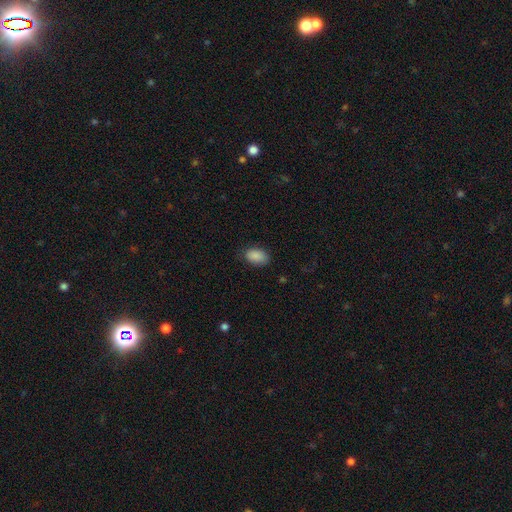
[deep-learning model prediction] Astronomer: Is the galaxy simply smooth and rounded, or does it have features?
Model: smooth — 89%.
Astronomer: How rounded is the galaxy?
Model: in between — 90%.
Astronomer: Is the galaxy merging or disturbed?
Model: none — 81%.